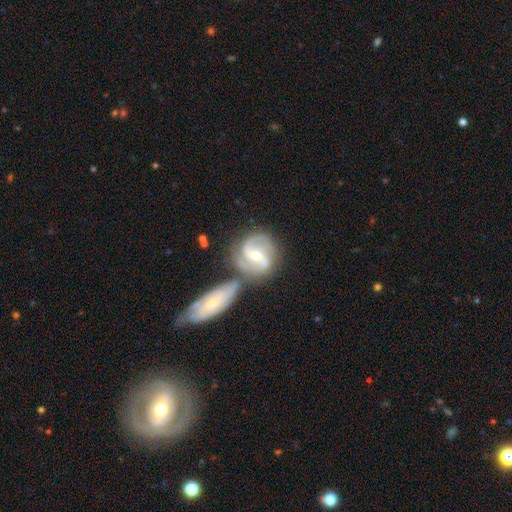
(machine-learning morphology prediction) This appears to be a featured or disk galaxy (85%) with a weak bar (46%), 2 (68%) medium (52%) spiral arms (96%) and a moderate central bulge (53%). Merging: none (44%).